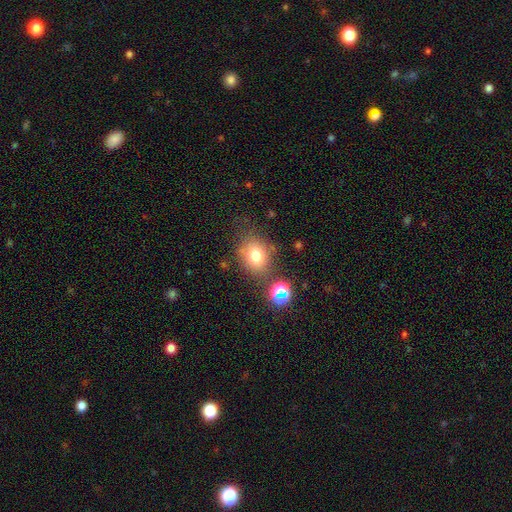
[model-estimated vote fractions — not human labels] A smooth galaxy with no disk features (74%) that is round (58%). Merging: none (70%).